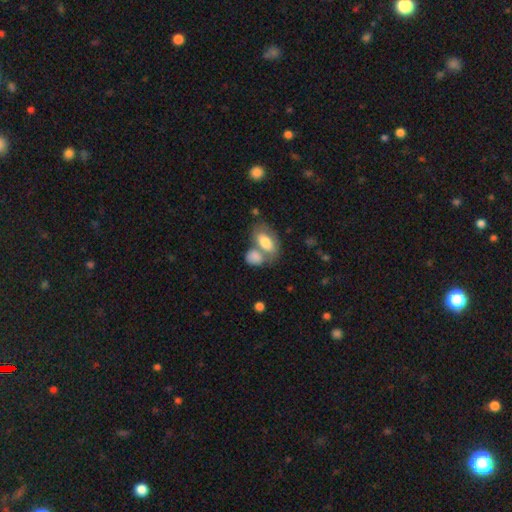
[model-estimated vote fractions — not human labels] A smooth galaxy with no disk features (51%) that is in between round and cigar-shaped (78%).

Vote fractions:
- Smooth or featured? smooth: 51% / featured or disk: 33% / star or artifact: 16%
- How rounded? in between: 78% / round: 16% / cigar-shaped: 6%
- Merging? none: 42% (tied) / merger: 42% (tied) / minor disturbance: 11% / major disturbance: 6%